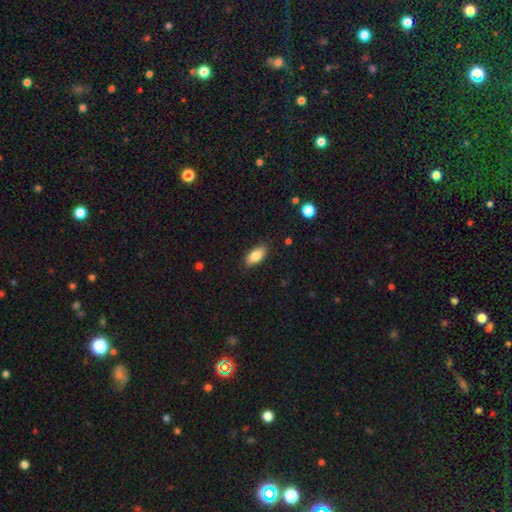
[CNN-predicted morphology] A smooth galaxy with no disk features (86%) that is in between round and cigar-shaped (87%). Merging: none (85%).